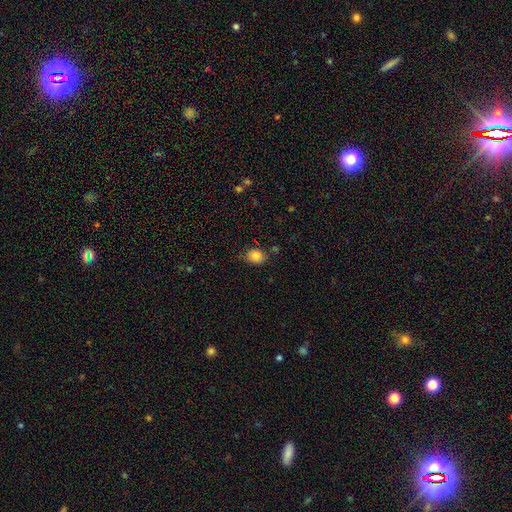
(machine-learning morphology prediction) Smooth or featured: smooth — 83% (star or artifact — 10%)
How rounded: round — 58% (in between — 41%)
Merging: none — 75% (minor disturbance — 18%)